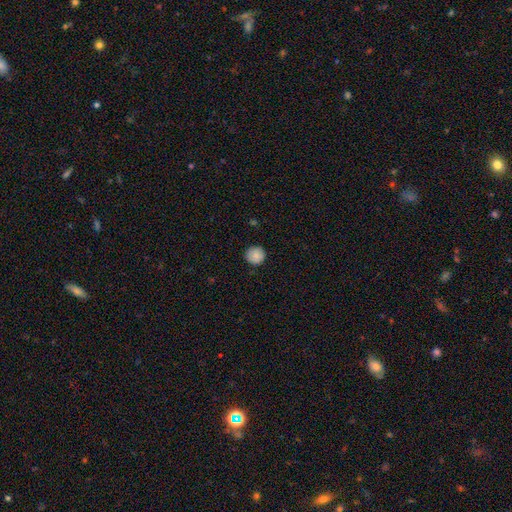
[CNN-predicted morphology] Smooth or featured? Predicted: smooth (p=0.84). How rounded? Predicted: round (p=0.94). Merging? Predicted: none (p=0.88).